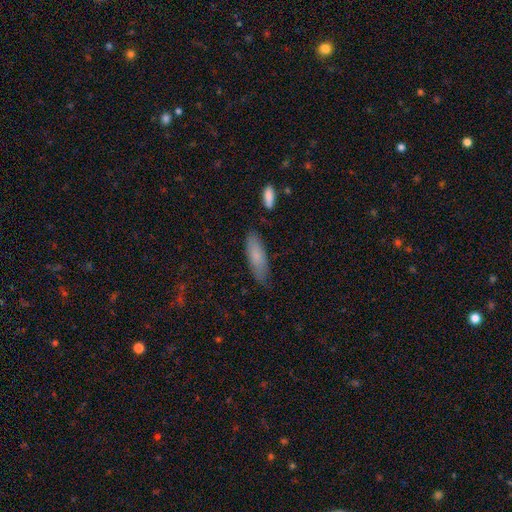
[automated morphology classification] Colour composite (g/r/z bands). It shows a smooth galaxy with no disk features (76%) that is cigar-shaped (51%). Merging: none (76%).